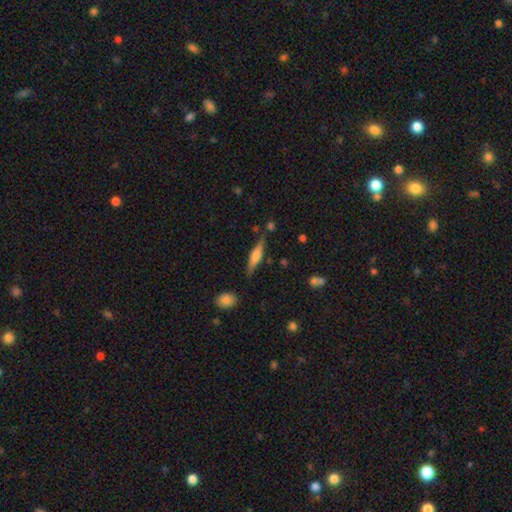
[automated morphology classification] Overall: featured or disk (56%; smooth 37%). Edge-on disk: yes (96%). Edge-on bulge: rounded (69%). Merging: none (82%).